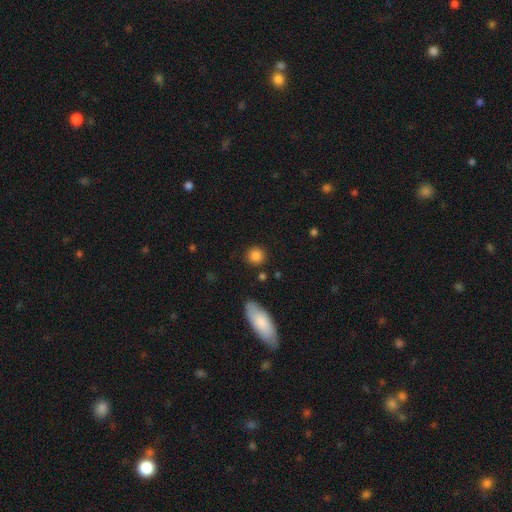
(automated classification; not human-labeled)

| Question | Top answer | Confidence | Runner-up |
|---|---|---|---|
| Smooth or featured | smooth | 86% | star or artifact (9%) |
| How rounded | round | 89% | in between (10%) |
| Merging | none | 86% | minor disturbance (8%) |